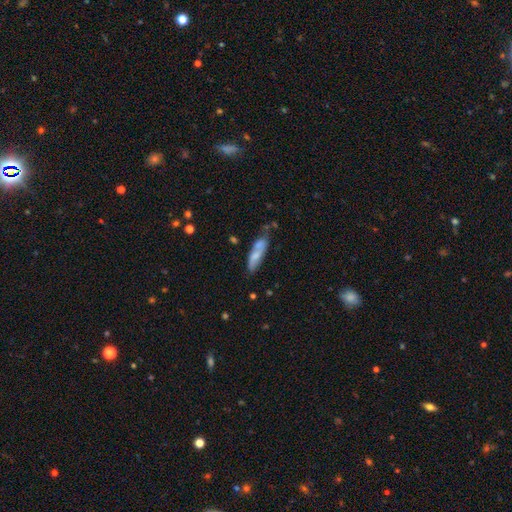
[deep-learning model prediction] smooth 59%, featured or disk 35%, star or artifact 7%. Down the decision tree: how rounded — cigar-shaped (49%, tied with in between); merging — none (49%).